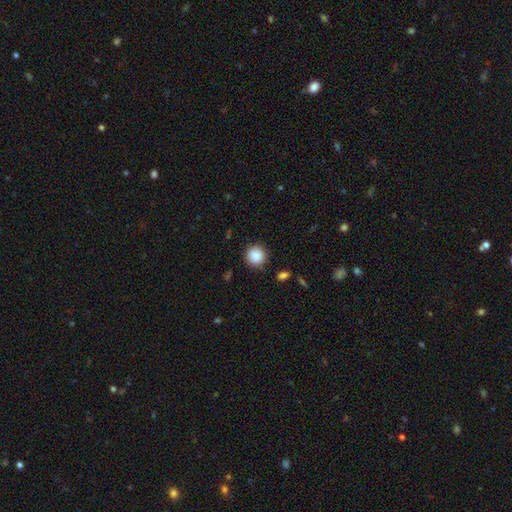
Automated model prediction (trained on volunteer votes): Overall: smooth (88%). How rounded: round (93%). Merging: none (89%).